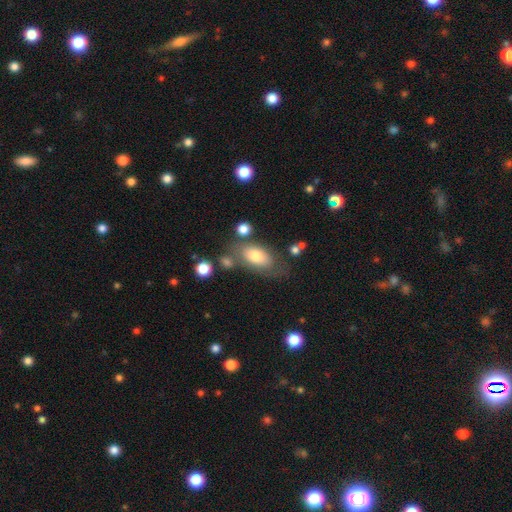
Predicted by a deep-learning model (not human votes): A smooth galaxy with no disk features (74%) that is in between round and cigar-shaped (89%). Merging: none (57%).